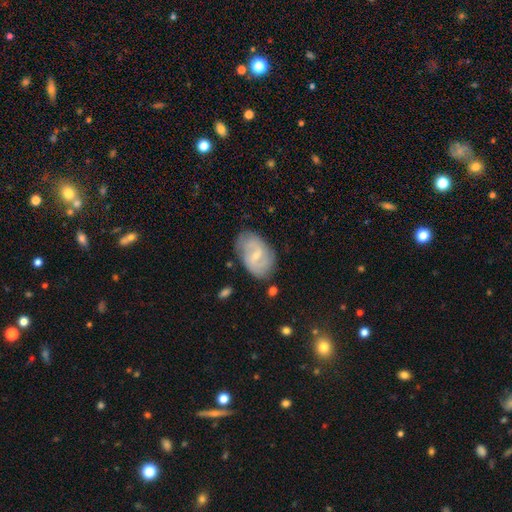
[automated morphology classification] Smooth or featured? Predicted: featured or disk (p=0.68). Edge-on disk? Predicted: no (p=0.97). Bar? Predicted: weak (p=0.61). Spiral arms? Predicted: yes (p=0.86). Spiral winding? Predicted: medium (p=0.44). Spiral arm count? Predicted: 2 (p=0.74). Bulge size? Predicted: small (p=0.67). Merging? Predicted: none (p=0.73).